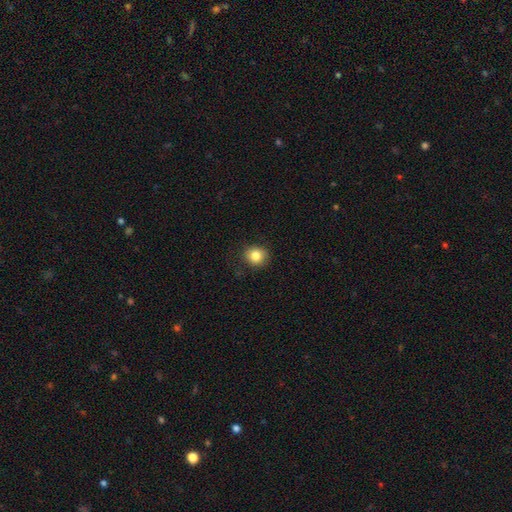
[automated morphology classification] A smooth galaxy with no disk features (84%) that is round (83%).

Vote fractions:
- Smooth or featured? smooth: 84% / star or artifact: 10% / featured or disk: 6%
- How rounded? round: 83% / in between: 16% / cigar-shaped: 1%
- Merging? none: 87% / minor disturbance: 9% / major disturbance: 2% / merger: 1%